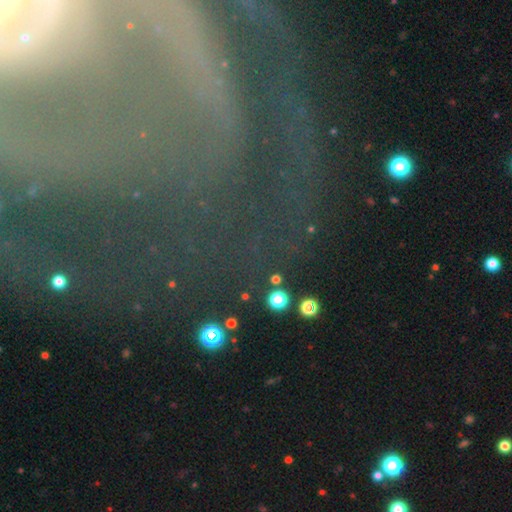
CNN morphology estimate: Smooth or featured? featured or disk (52%)
Edge-on disk? no (81%)
Merging? none (73%)